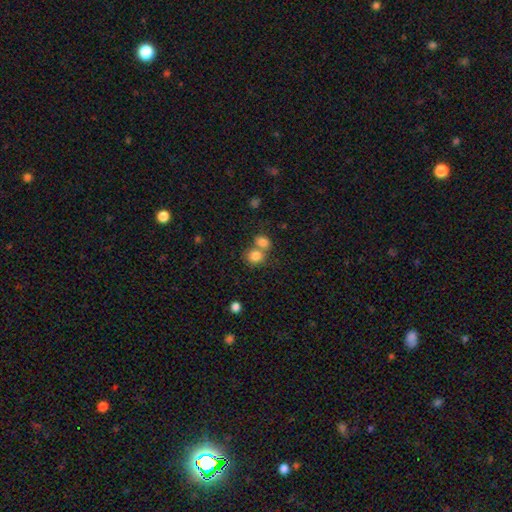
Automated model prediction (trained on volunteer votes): smooth-or-featured: smooth: 82% | star or artifact: 10% | featured or disk: 8%
  how-rounded: round: 73% | in between: 26% | cigar-shaped: 1%
  merging: merger: 52% | none: 37% | minor disturbance: 7% | major disturbance: 3%